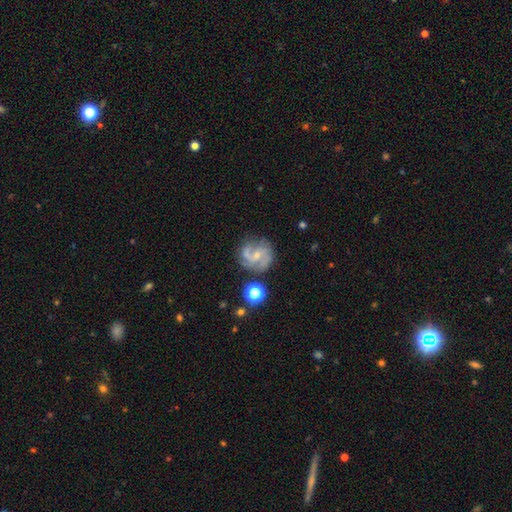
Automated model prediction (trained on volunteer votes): Overall: featured or disk (76%). Edge-on disk: no (98%). Bar: no (47%; weak 42%). Spiral arms: yes (92%). Spiral arm count: 2 (50%; 3 22%). Spiral winding: medium (49%; tight 28%). Bulge size: small (65%; moderate 26%). Merging: none (65%).